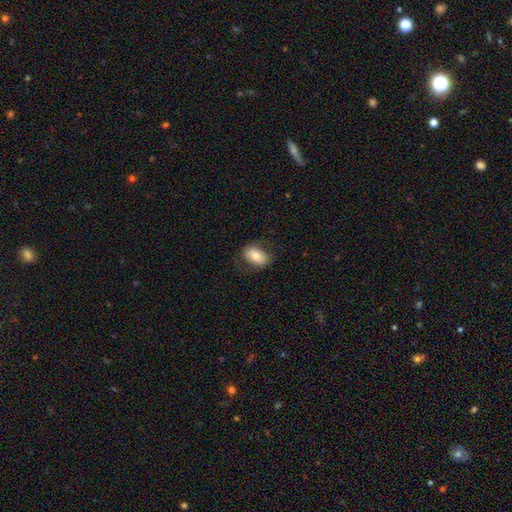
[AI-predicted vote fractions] Overall: smooth (74%). How rounded: in between (85%). Merging: none (75%).